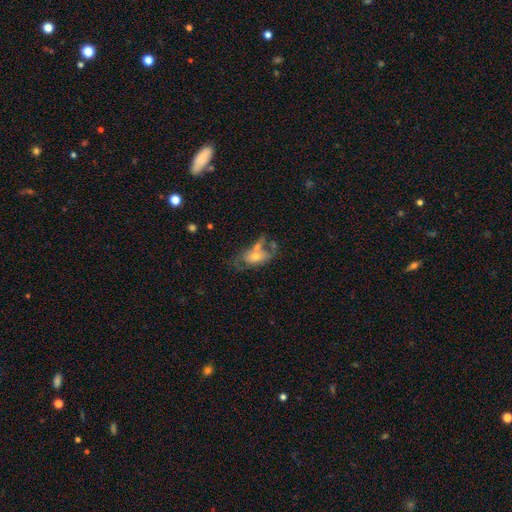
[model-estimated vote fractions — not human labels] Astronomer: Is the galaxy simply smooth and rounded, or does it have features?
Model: smooth — 47% (runner-up: featured or disk, 45%).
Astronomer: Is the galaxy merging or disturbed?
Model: none — 27% (runner-up: major disturbance, 26%).